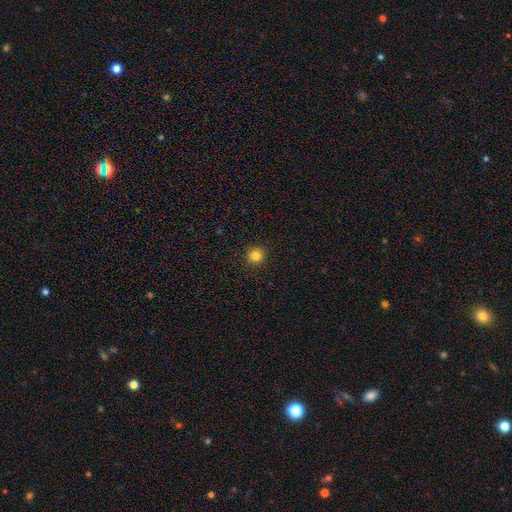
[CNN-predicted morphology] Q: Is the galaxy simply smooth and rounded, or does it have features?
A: smooth — 83%.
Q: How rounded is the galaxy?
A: round — 95%.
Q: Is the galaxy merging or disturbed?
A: none — 93%.